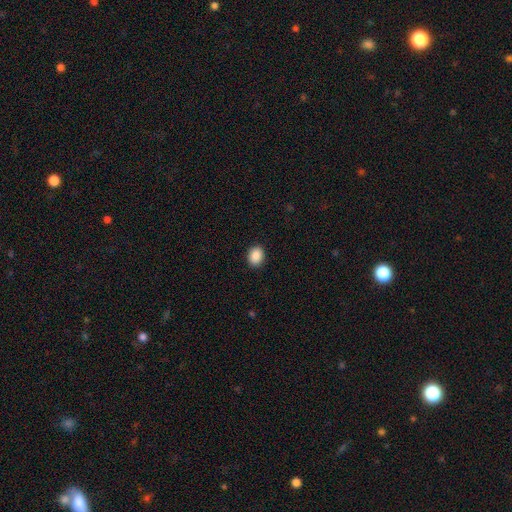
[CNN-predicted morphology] Q: Smooth or featured?
A: smooth (89%); runner-up: star or artifact (8%)
Q: How rounded?
A: in between (56%); runner-up: round (43%)
Q: Merging?
A: none (90%); runner-up: minor disturbance (7%)